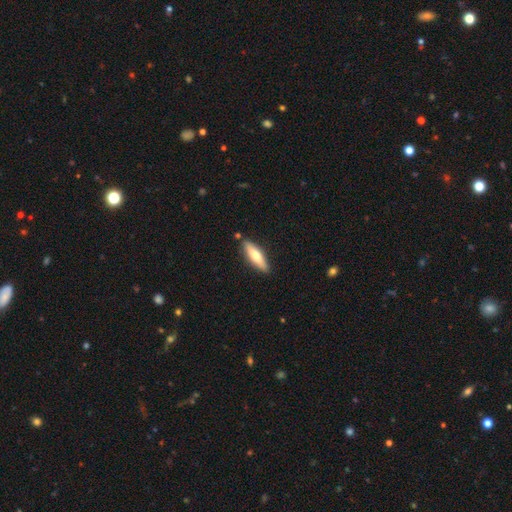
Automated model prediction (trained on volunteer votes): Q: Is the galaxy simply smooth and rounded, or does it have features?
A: smooth — 65%.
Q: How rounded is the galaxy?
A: cigar-shaped — 61%.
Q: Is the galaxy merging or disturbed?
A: none — 86%.